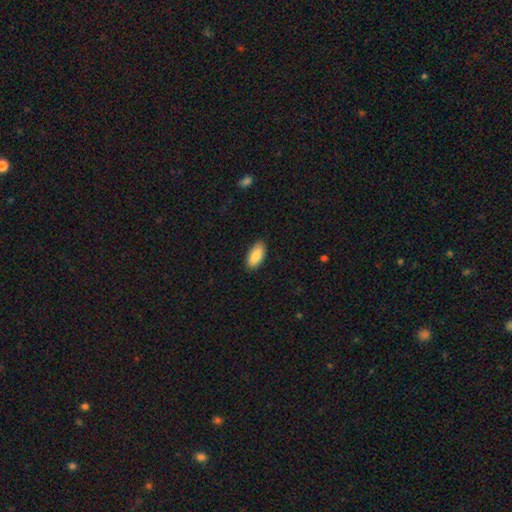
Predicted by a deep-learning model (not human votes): Smooth or featured? Predicted: smooth (p=0.86). How rounded? Predicted: in between (p=0.92). Merging? Predicted: none (p=0.88).